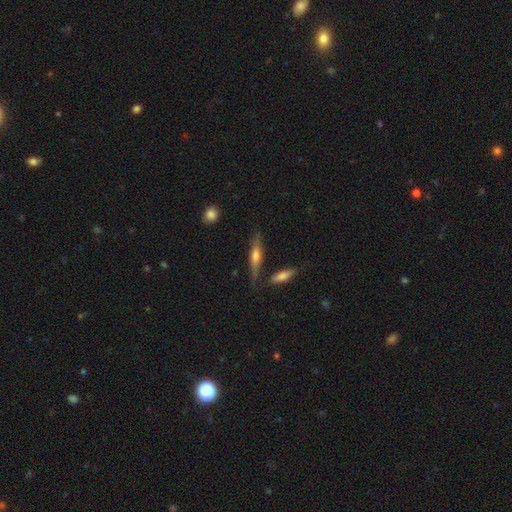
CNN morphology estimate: Smooth or featured? featured or disk (54%)
Edge-on disk? yes (93%)
Edge-on bulge? rounded (77%)
Merging? none (78%)